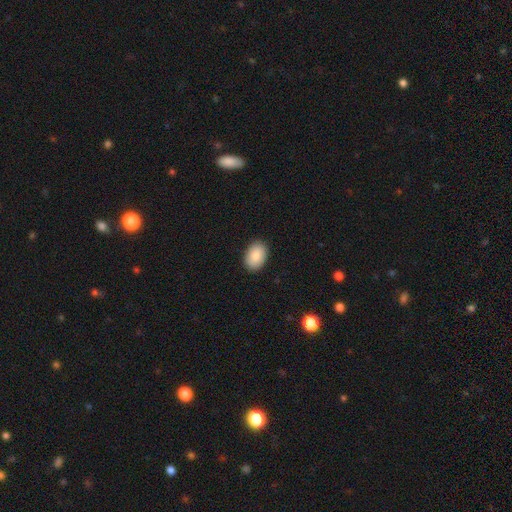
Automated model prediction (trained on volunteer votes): Smooth or featured? Predicted: smooth (p=0.88). How rounded? Predicted: in between (p=0.87). Merging? Predicted: none (p=0.90).